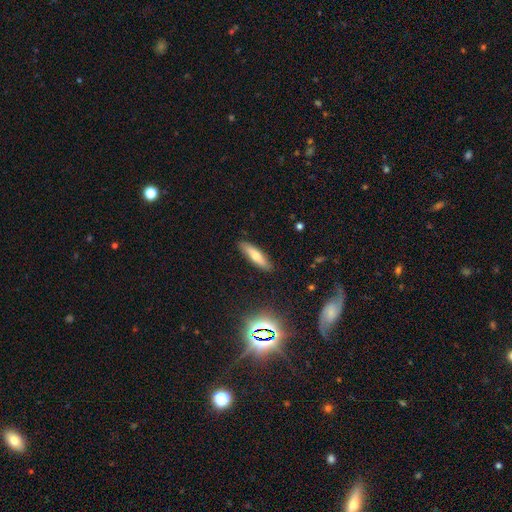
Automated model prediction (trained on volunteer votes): Smooth or featured? Predicted: smooth (p=0.61). How rounded? Predicted: cigar-shaped (p=0.72). Merging? Predicted: none (p=0.88).